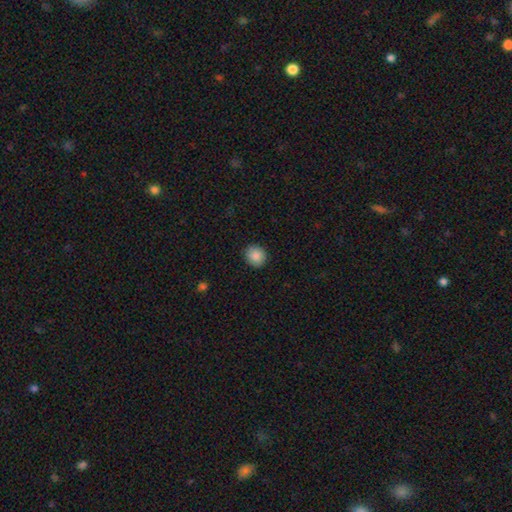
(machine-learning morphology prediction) This is clearly a smooth galaxy (87%). How rounded: likely round (79%). Merging: clearly none (91%).